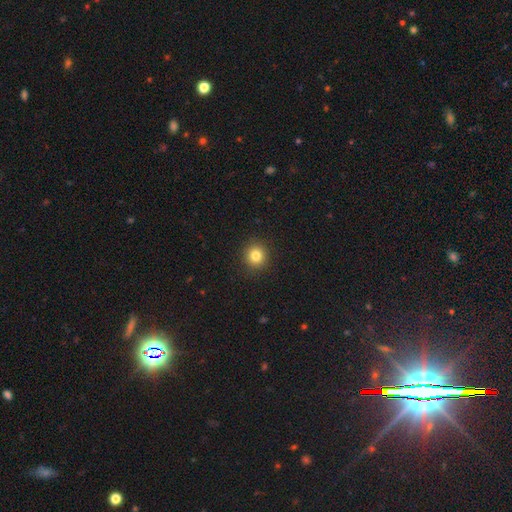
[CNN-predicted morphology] The model was most divided on "smooth or featured": smooth: 82%, star or artifact: 12%, featured or disk: 6%. More confident: how rounded — round (92%); merging — none (92%).